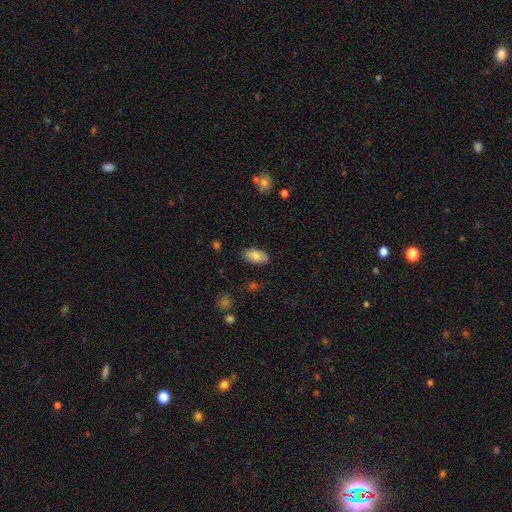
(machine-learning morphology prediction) A smooth galaxy with no disk features (84%) that is in between round and cigar-shaped (94%). Merging: none (85%).